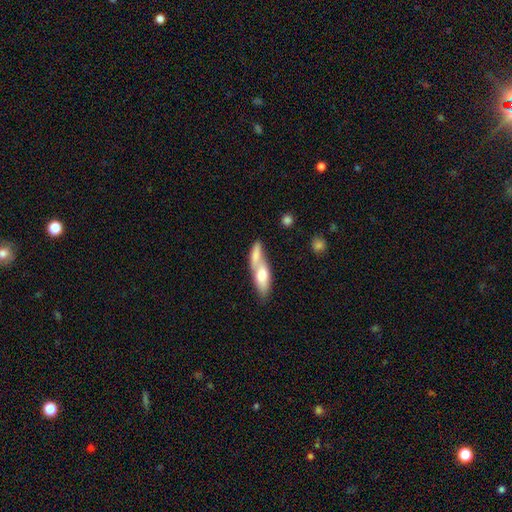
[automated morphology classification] The model was most divided on "how rounded": in between: 54%, cigar-shaped: 41%, round: 5%. More confident: smooth or featured — smooth (69%); merging — merger (64%).